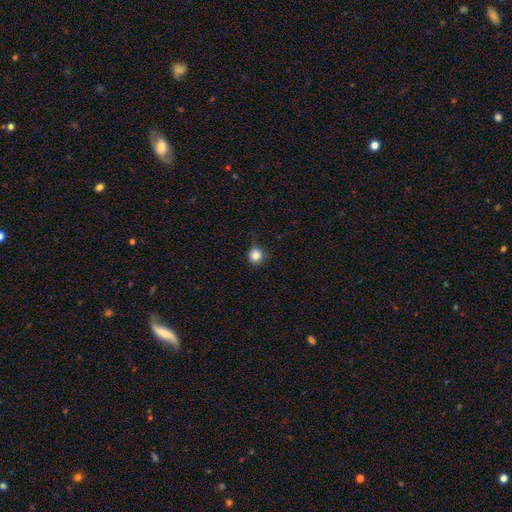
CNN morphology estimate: Smooth or featured? smooth (84%)
How rounded? round (91%)
Merging? none (81%)